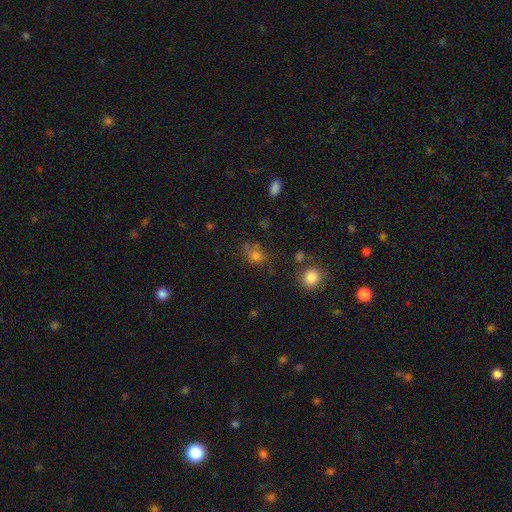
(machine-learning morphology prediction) Smooth or featured? Predicted: smooth (p=0.71). How rounded? Predicted: round (p=0.58). Merging? Predicted: none (p=0.53).